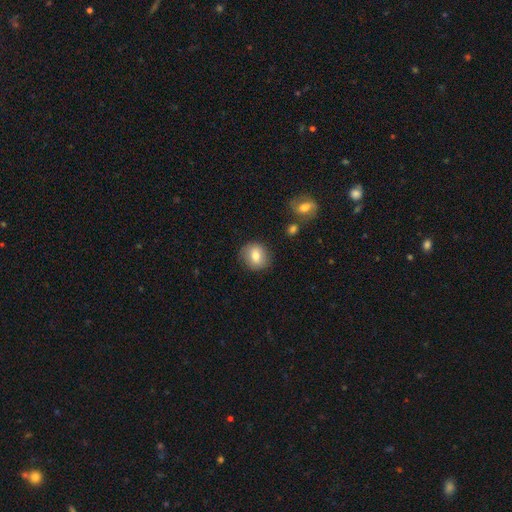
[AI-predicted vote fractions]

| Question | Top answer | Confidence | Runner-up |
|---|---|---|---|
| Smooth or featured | smooth | 76% | featured or disk (16%) |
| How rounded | round | 77% | in between (22%) |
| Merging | none | 81% | minor disturbance (13%) |